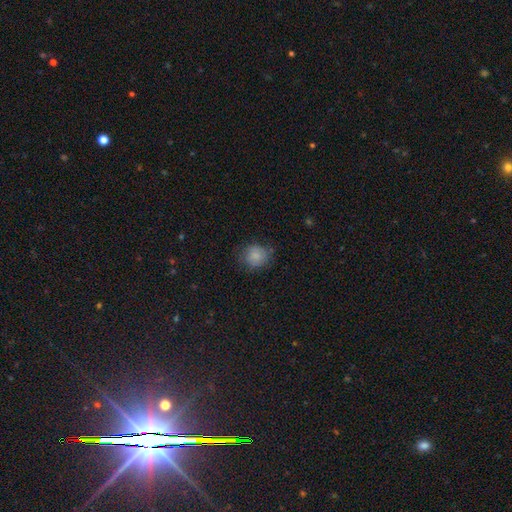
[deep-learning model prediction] A smooth galaxy with no disk features (85%) that is round (78%). Merging: none (73%).